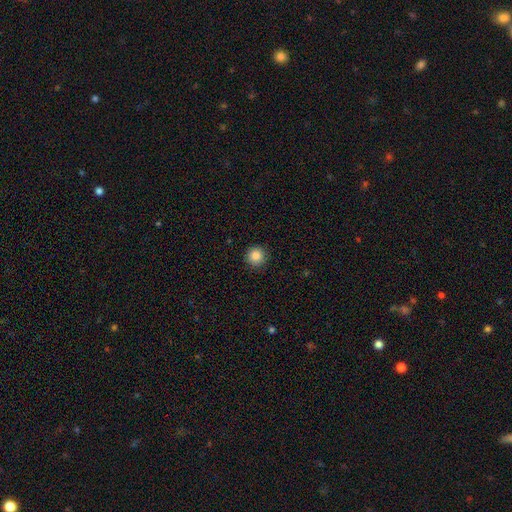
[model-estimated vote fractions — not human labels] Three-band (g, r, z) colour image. It shows a smooth galaxy with no disk features (86%) that is round (95%). Merging: none (91%).